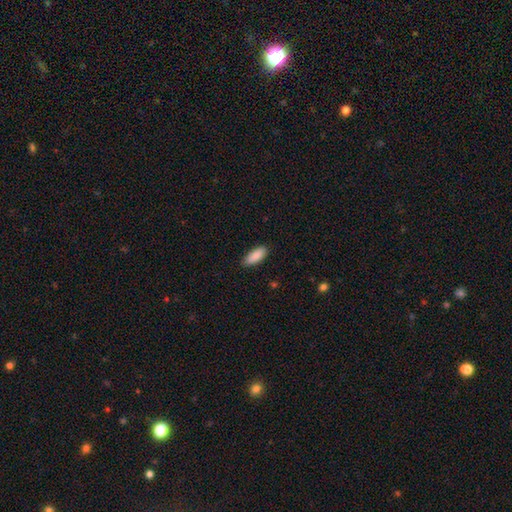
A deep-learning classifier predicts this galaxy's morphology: smooth 88%, star or artifact 6%, featured or disk 6%. Down the decision tree: how rounded — in between (78%); merging — none (84%).